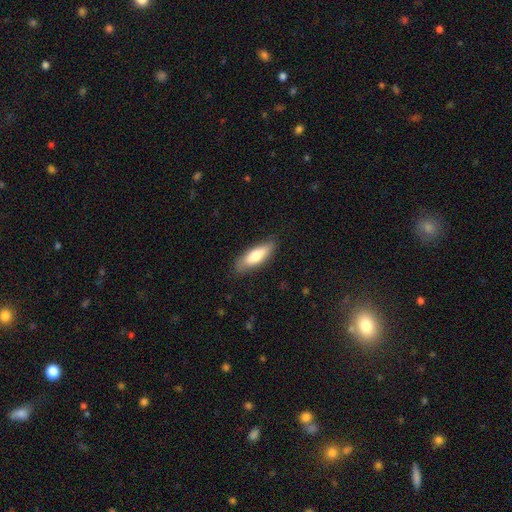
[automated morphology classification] smooth_or_featured: smooth (p=0.75) [alt: featured or disk p=0.19]
how_rounded: in between (p=0.57) [alt: cigar-shaped p=0.41]
merging: none (p=0.82) [alt: minor disturbance p=0.14]